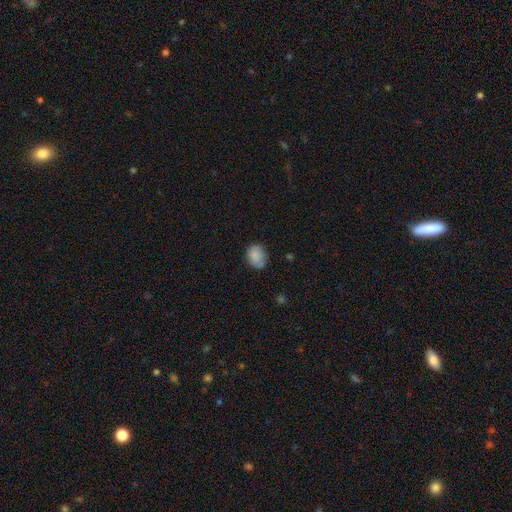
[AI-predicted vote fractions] Smooth or featured?
  - smooth: 84% *
  - star or artifact: 8%
  - featured or disk: 7%
How rounded?
  - in between: 53% *
  - round: 46%
  - cigar-shaped: 1%
Merging?
  - none: 70% *
  - minor disturbance: 23%
  - major disturbance: 5%
  - merger: 2%